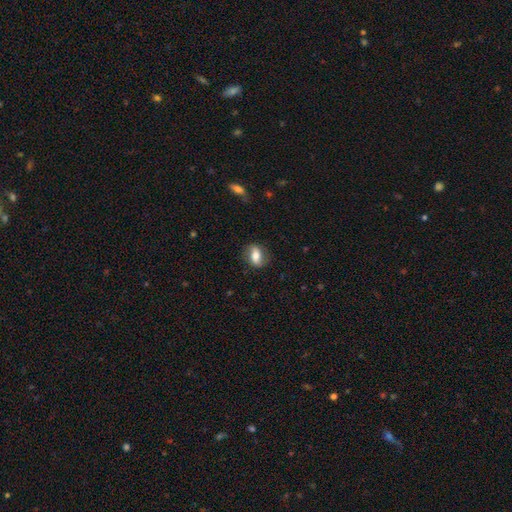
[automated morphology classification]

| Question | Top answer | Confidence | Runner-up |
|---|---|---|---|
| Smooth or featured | smooth | 59% | featured or disk (33%) |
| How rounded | in between | 77% | round (17%) |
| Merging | none | 79% | minor disturbance (15%) |